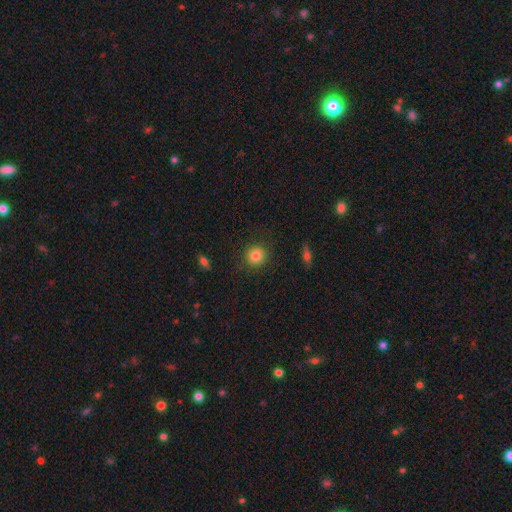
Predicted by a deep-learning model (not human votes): Smooth or featured? Predicted: smooth (p=0.83). How rounded? Predicted: round (p=0.89). Merging? Predicted: none (p=0.88).